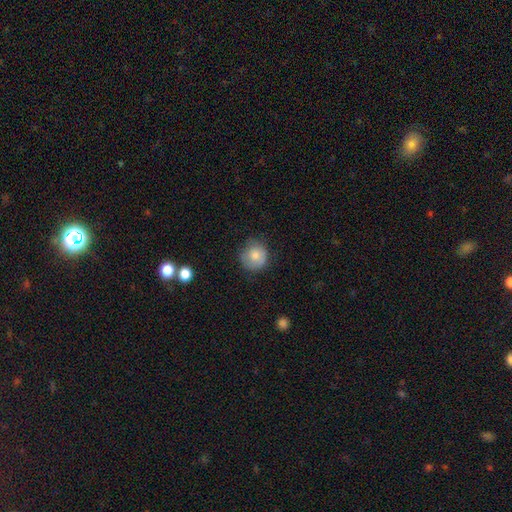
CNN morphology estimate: This appears to be a smooth galaxy with no disk features (79%) that is round (89%). Merging: none (69%).